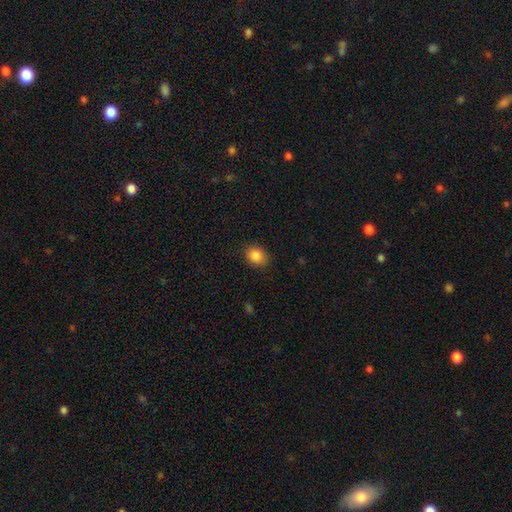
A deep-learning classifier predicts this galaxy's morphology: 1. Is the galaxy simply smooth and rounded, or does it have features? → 86% smooth, 9% star or artifact, 4% featured or disk.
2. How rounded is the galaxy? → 55% round, 44% in between, 1% cigar-shaped.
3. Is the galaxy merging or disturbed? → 85% none, 11% minor disturbance, 3% major disturbance, 1% merger.